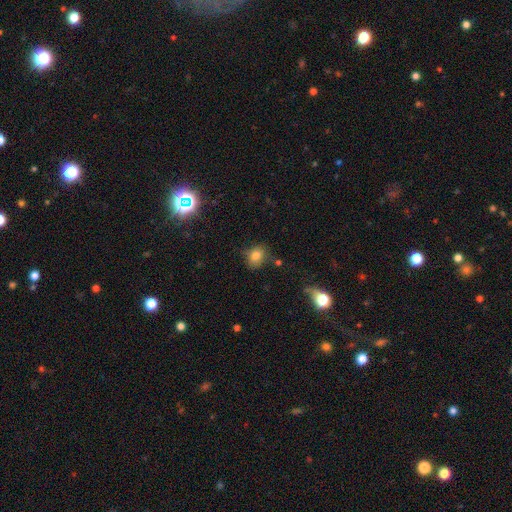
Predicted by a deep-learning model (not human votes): A smooth galaxy with no disk features (78%) that is round (55%). Merging: none (72%).